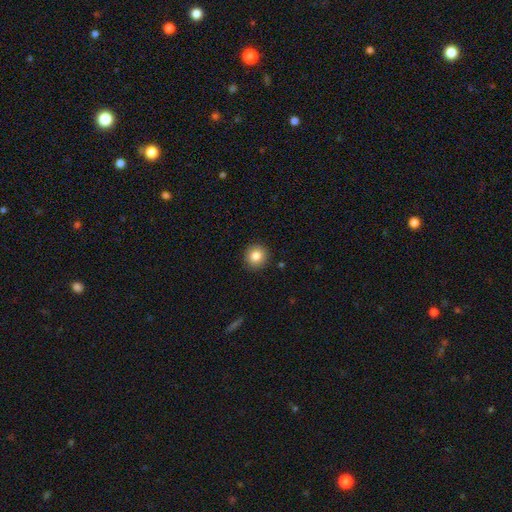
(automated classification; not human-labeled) Smooth or featured? smooth (84%)
How rounded? round (92%)
Merging? none (92%)